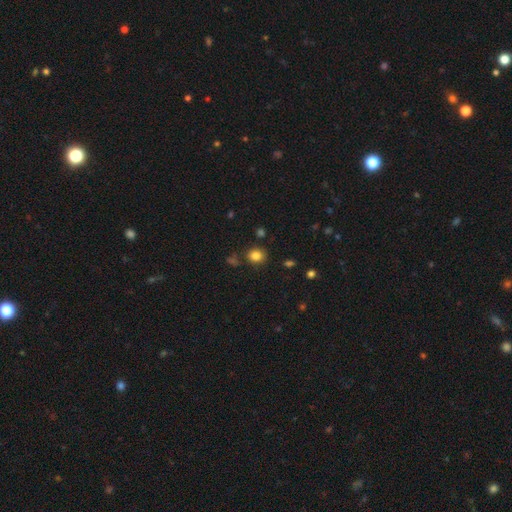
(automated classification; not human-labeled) Overall: smooth (83%). How rounded: round (75%). Merging: none (82%).